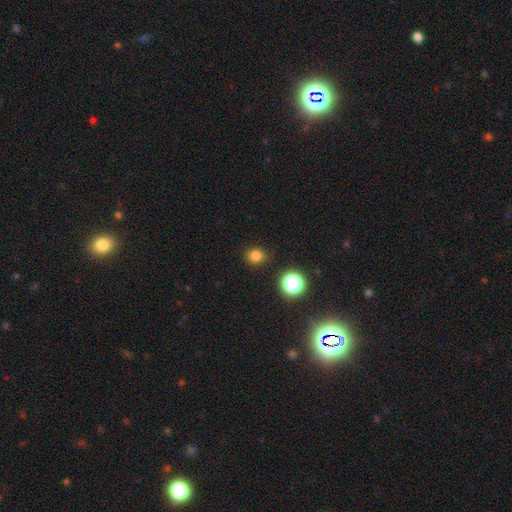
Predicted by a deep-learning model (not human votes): A smooth galaxy with no disk features (80%) that is round (82%). Merging: none (88%).